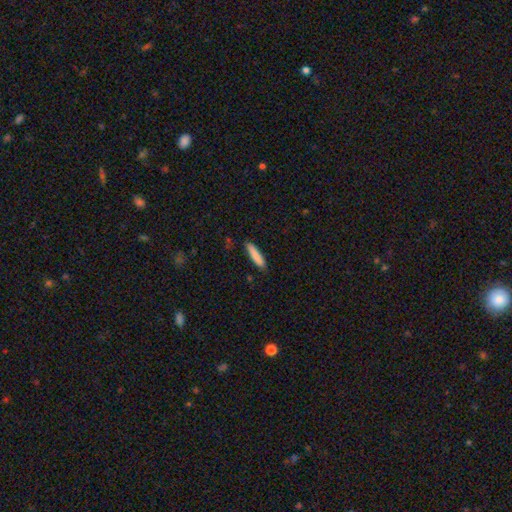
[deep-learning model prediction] Overall: smooth (86%). How rounded: cigar-shaped (86%). Merging: none (87%).